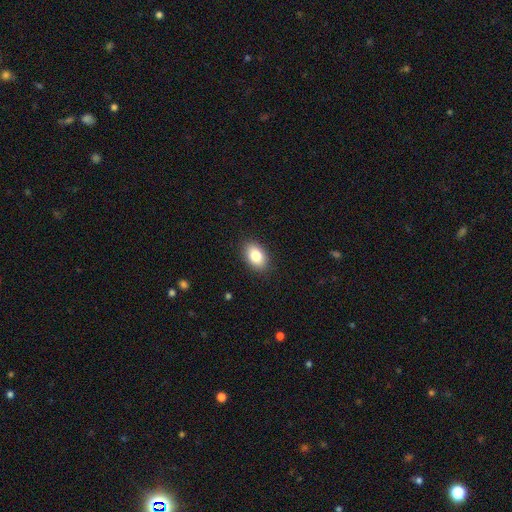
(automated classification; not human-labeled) smooth 83%, featured or disk 9%, star or artifact 8%. Down the decision tree: how rounded — in between (88%); merging — none (88%).